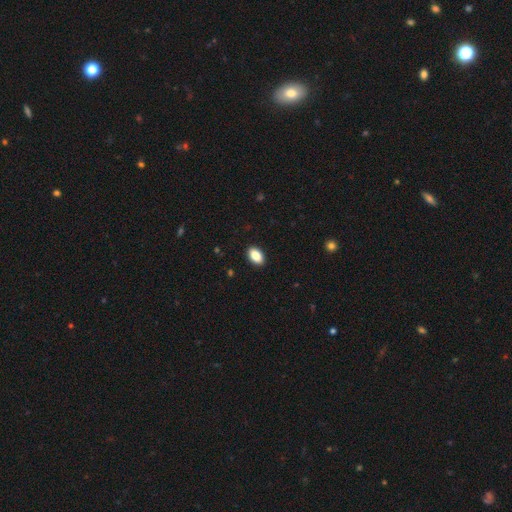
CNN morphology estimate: The model was most divided on "smooth or featured": smooth: 88%, star or artifact: 7%, featured or disk: 5%. More confident: how rounded — in between (92%); merging — none (91%).